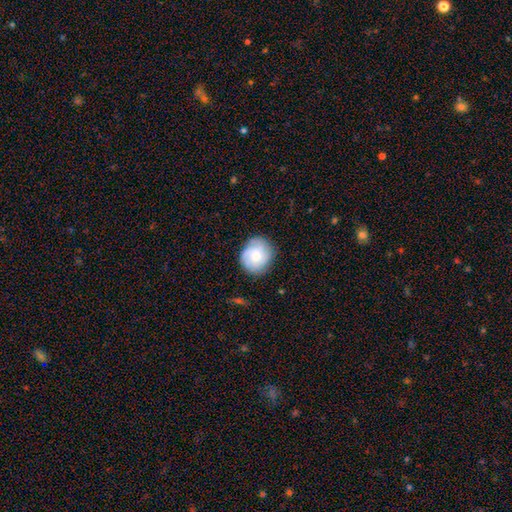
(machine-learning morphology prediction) The model was most divided on "smooth or featured": smooth: 50%, featured or disk: 42%, star or artifact: 8%. More confident: merging — none (81%); how rounded — round (79%).